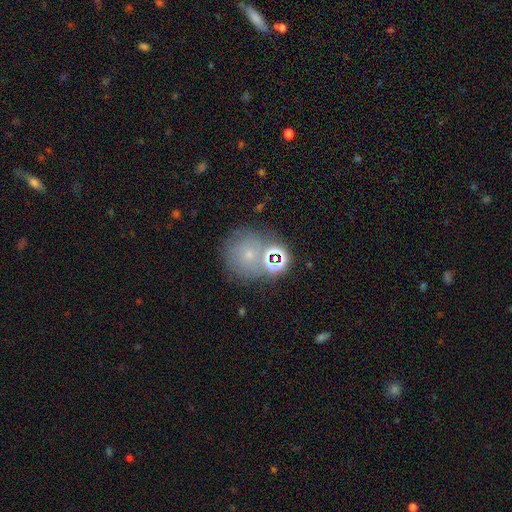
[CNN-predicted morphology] Smooth or featured? star or artifact (36%)